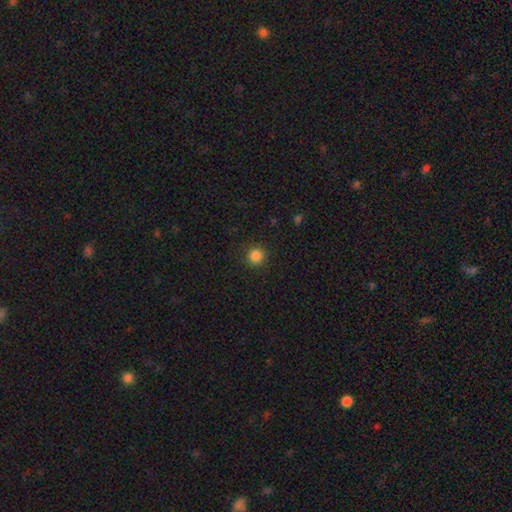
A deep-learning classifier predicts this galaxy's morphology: This is clearly a smooth galaxy (85%). How rounded: clearly round (93%). Merging: clearly none (90%).